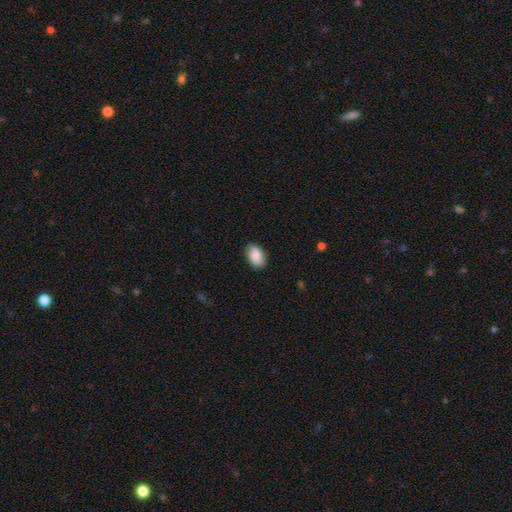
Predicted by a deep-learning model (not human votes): Overall: smooth (87%). How rounded: in between (92%). Merging: none (85%).